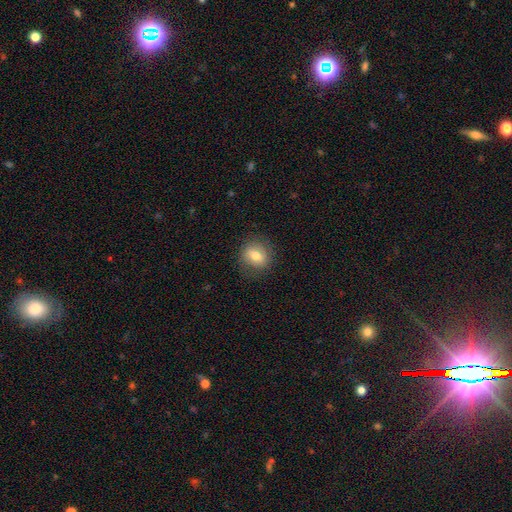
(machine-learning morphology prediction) smooth 71%, featured or disk 19%, star or artifact 9%. Down the decision tree: how rounded — round (73%); merging — none (84%).